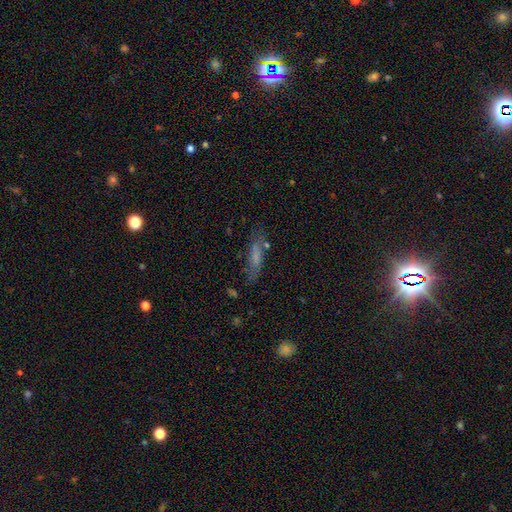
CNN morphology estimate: Smooth or featured? smooth (56%)
How rounded? cigar-shaped (66%)
Merging? none (69%)